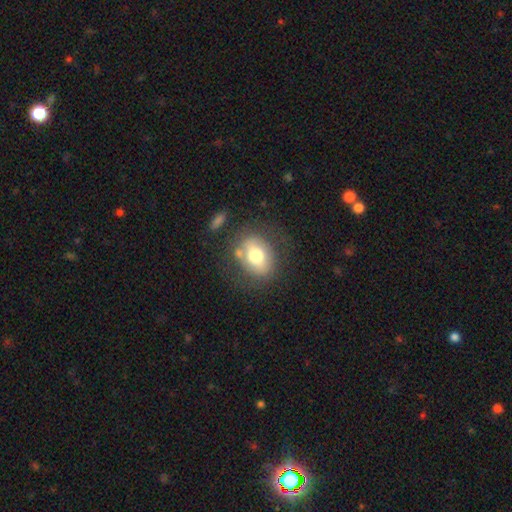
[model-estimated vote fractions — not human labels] Morphology: type=smooth (62%); roundness=in between (56%); merging=none (68%).